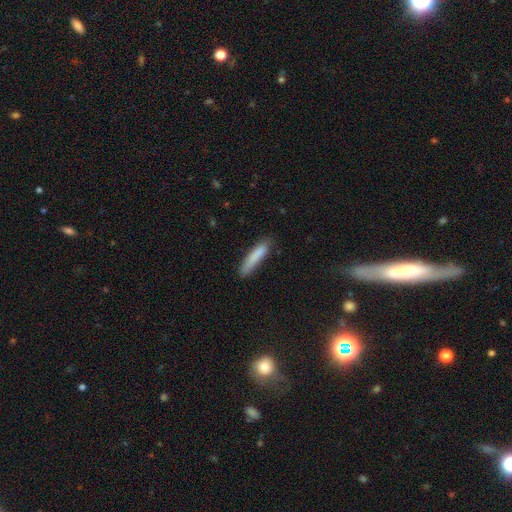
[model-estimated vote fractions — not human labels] A smooth galaxy with no disk features (83%) that is cigar-shaped (89%).

Vote fractions:
- Smooth or featured? smooth: 83% / featured or disk: 10% / star or artifact: 6%
- How rounded? cigar-shaped: 89% / in between: 10% / round: 1%
- Merging? none: 79% / minor disturbance: 17% / major disturbance: 3% / merger: 2%